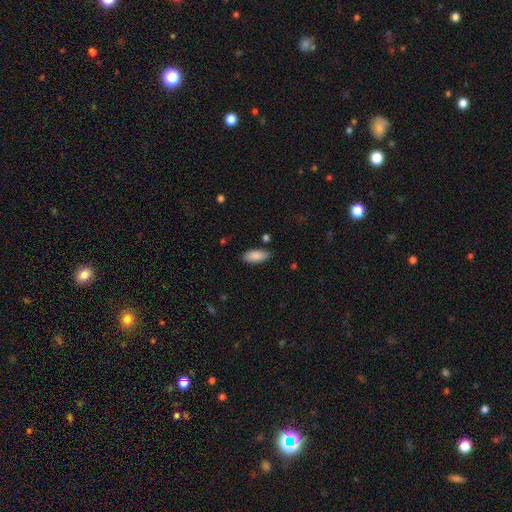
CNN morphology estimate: Smooth or featured: smooth — 88% (star or artifact — 6%)
How rounded: in between — 85% (cigar-shaped — 14%)
Merging: none — 85% (minor disturbance — 11%)